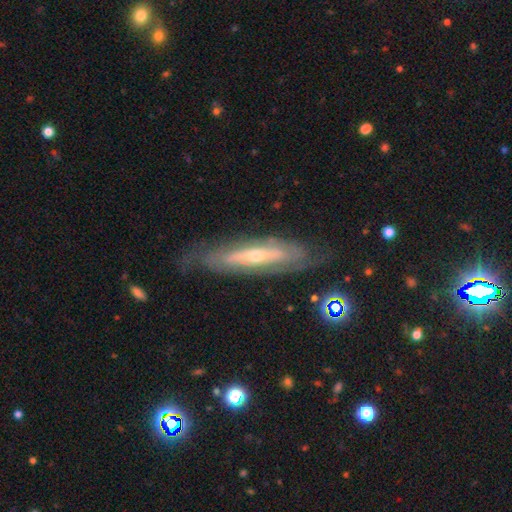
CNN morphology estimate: featured or disk 77%, smooth 17%, star or artifact 6%. Down the decision tree: edge-on disk — no (60%); merging — none (75%).